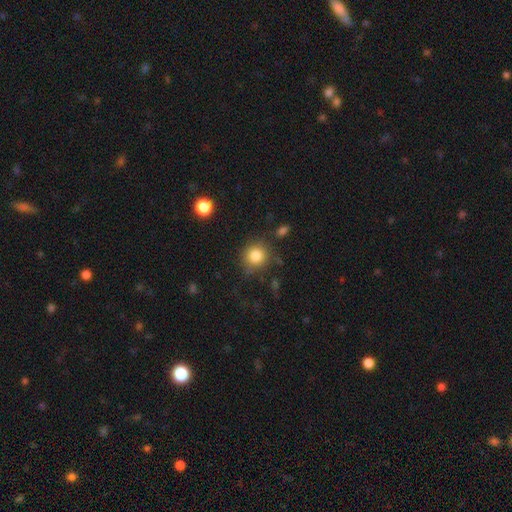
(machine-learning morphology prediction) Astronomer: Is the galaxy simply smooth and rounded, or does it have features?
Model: smooth — 83%.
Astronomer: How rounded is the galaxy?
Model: round — 89%.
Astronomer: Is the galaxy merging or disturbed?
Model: none — 78%.